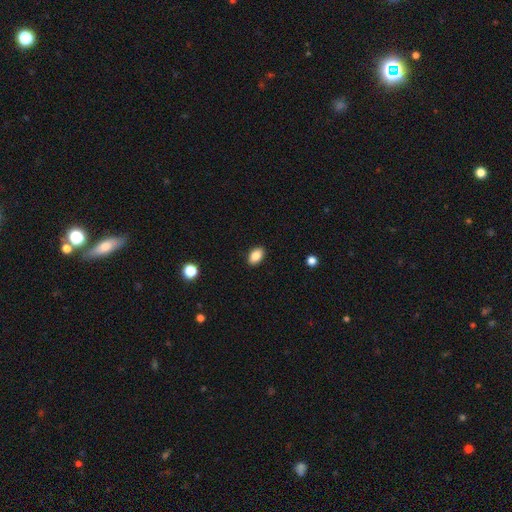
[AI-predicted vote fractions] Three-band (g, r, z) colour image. It shows a smooth galaxy with no disk features (87%) that is in between round and cigar-shaped (89%). Merging: none (90%).